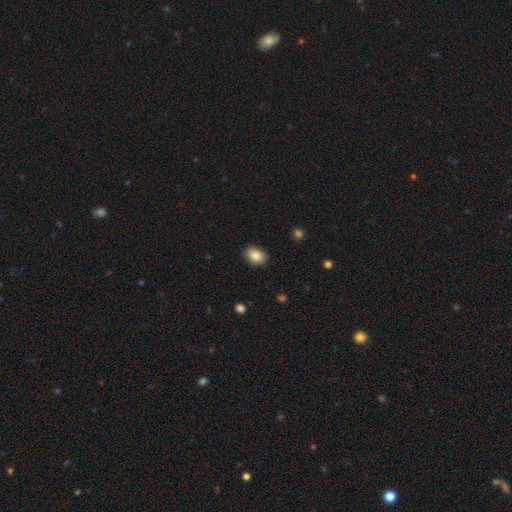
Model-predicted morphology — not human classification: Smooth or featured? smooth (86%)
How rounded? in between (80%)
Merging? none (87%)